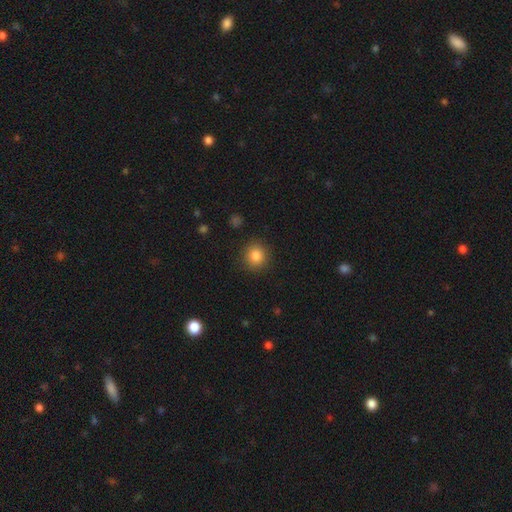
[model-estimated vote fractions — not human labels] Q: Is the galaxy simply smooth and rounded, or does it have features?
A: smooth — 84%.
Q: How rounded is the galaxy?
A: round — 91%.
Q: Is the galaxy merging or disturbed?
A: none — 90%.